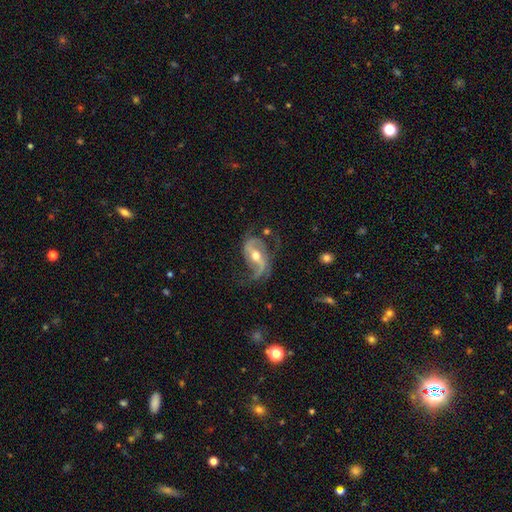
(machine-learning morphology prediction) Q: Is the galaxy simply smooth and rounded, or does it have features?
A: featured or disk — 88%.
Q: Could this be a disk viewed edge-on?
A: no — 96%.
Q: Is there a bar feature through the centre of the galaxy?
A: strong — 41%.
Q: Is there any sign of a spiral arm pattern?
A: yes — 96%.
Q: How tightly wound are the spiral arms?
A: loose — 56%.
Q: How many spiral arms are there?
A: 2 — 86%.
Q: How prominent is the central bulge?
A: moderate — 71%.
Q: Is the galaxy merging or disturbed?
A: none — 59%.